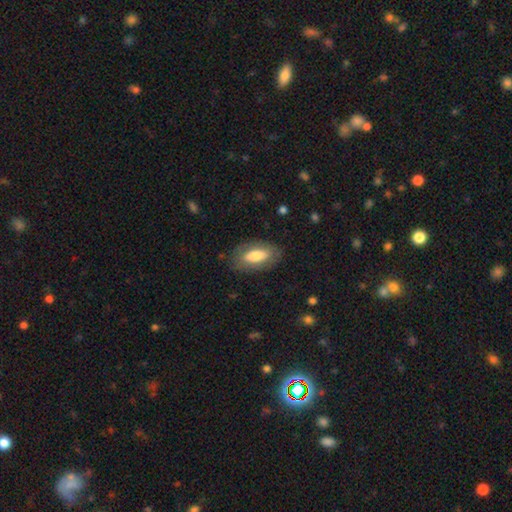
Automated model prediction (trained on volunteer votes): Smooth or featured: smooth — 66% (featured or disk — 28%)
How rounded: in between — 87% (cigar-shaped — 10%)
Merging: none — 81% (minor disturbance — 13%)